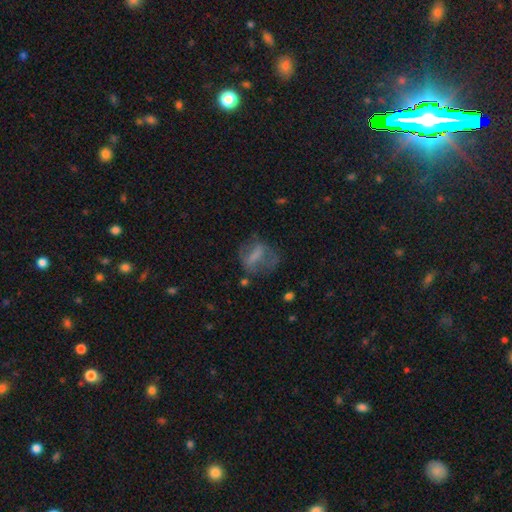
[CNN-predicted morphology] Overall: smooth (48%; featured or disk 39%). Merging: none (46%; major disturbance 28%).